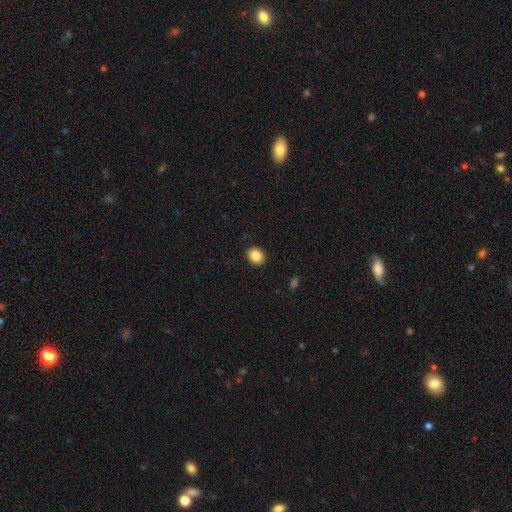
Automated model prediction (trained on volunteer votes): Morphology: type=smooth (86%); roundness=round (57%); merging=none (91%).